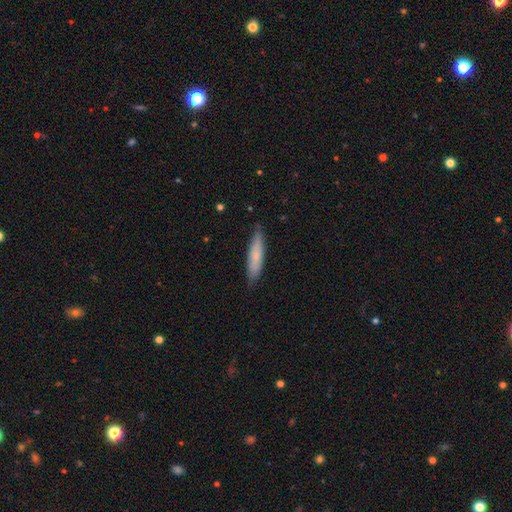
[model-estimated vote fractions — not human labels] Smooth or featured? Predicted: smooth (p=0.72). How rounded? Predicted: cigar-shaped (p=0.80). Merging? Predicted: none (p=0.82).